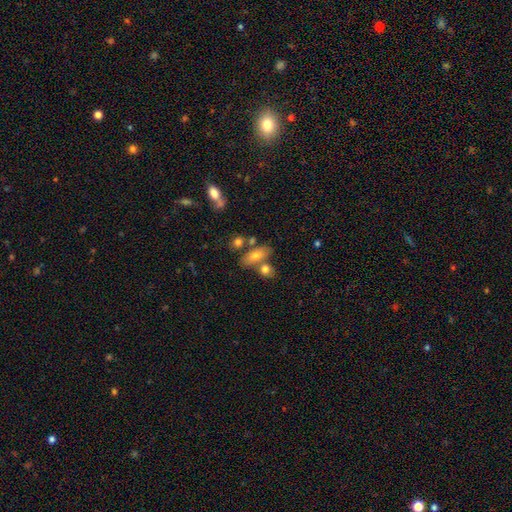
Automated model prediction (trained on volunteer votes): A smooth galaxy with no disk features (65%) that is in between round and cigar-shaped (74%).

Vote fractions:
- Smooth or featured? smooth: 65% / featured or disk: 24% / star or artifact: 10%
- How rounded? in between: 74% / cigar-shaped: 19% / round: 7%
- Merging? none: 59% / merger: 24% / minor disturbance: 13% / major disturbance: 4%